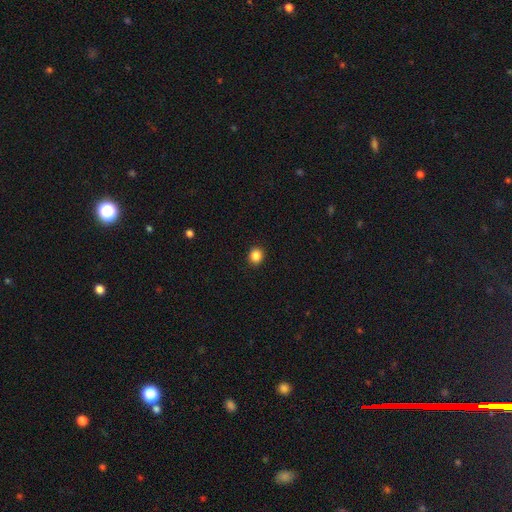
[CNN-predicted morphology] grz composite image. It shows a smooth galaxy with no disk features (86%) that is round (81%). Merging: none (92%).